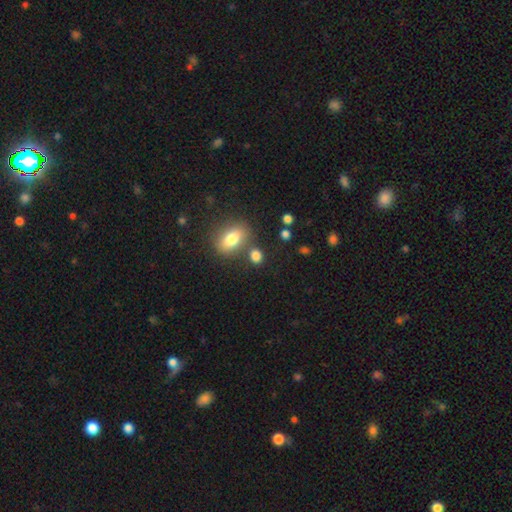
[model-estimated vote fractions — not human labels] Smooth or featured?
  - smooth: 82% *
  - star or artifact: 11%
  - featured or disk: 7%
How rounded?
  - in between: 49% *
  - round: 48%
  - cigar-shaped: 3%
Merging?
  - none: 67% *
  - merger: 16%
  - minor disturbance: 13%
  - major disturbance: 5%